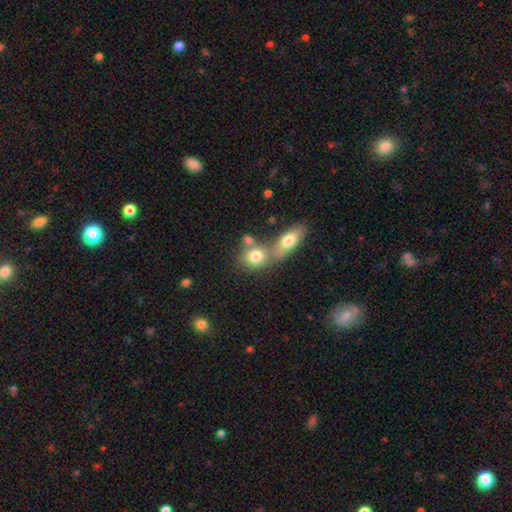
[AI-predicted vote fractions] Smooth or featured? smooth (77%)
How rounded? round (49%)
Merging? merger (52%)